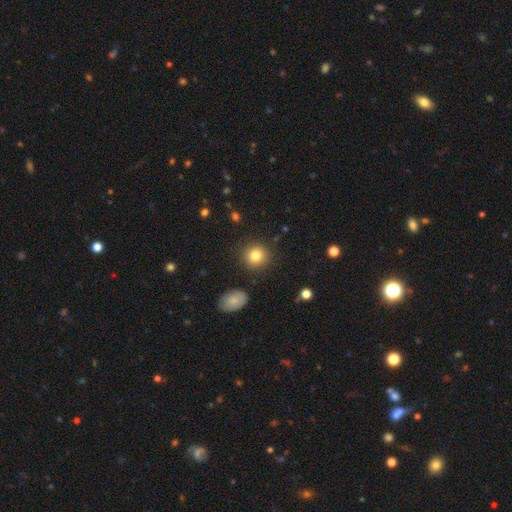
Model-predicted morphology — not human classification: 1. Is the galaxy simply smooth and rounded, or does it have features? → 83% smooth, 10% star or artifact, 7% featured or disk.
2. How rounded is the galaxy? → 90% round, 9% in between, 1% cigar-shaped.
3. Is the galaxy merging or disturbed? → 89% none, 7% minor disturbance, 3% major disturbance, 2% merger.